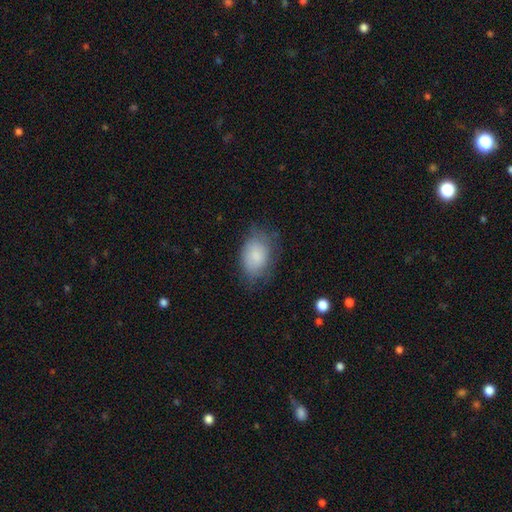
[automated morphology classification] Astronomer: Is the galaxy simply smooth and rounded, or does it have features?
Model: smooth — 78%.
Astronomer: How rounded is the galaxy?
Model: in between — 85%.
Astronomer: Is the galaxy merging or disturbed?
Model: none — 63%.